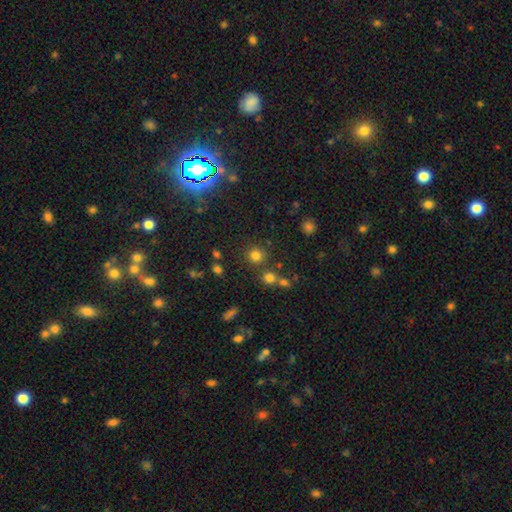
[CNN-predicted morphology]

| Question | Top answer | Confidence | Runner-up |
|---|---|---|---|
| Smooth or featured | smooth | 76% | star or artifact (18%) |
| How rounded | round | 92% | in between (7%) |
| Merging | none | 81% | merger (9%) |